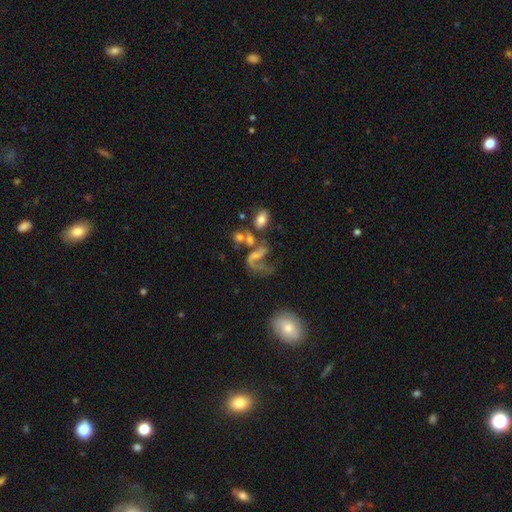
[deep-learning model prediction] The model was most divided on "bulge size": small: 37%, none: 34%, moderate: 23%, large: 4%, dominant: 2%. Remaining: edge-on disk — no (96%); spiral arms — yes (75%); smooth or featured — featured or disk (64%); bar — no (43%); merging — major disturbance (36%).